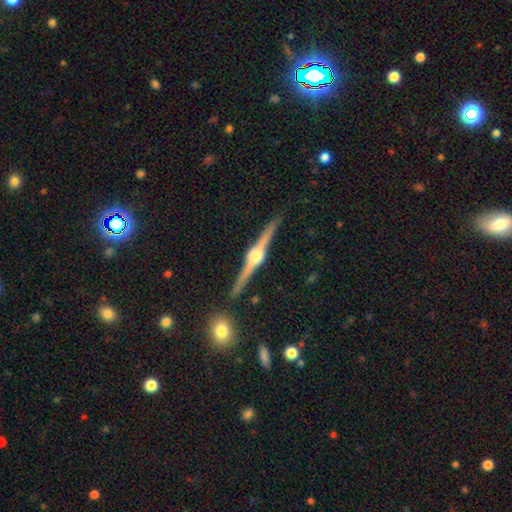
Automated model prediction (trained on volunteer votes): featured or disk 89%, smooth 6%, star or artifact 5%. Down the decision tree: edge-on disk — yes (98%); edge-on bulge — rounded (94%); merging — none (90%).